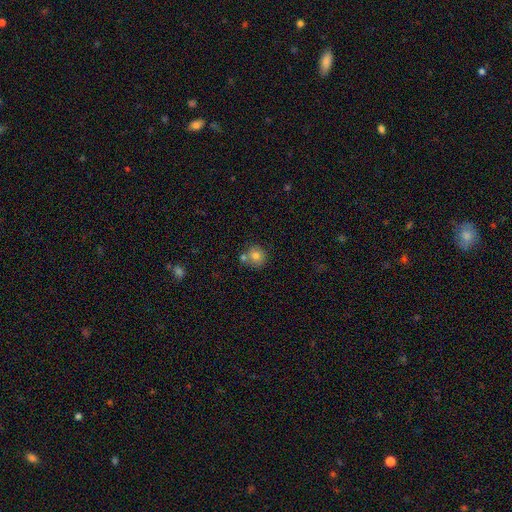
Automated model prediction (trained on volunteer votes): smooth 79%, star or artifact 11%, featured or disk 10%. Down the decision tree: how rounded — round (88%); merging — none (62%).